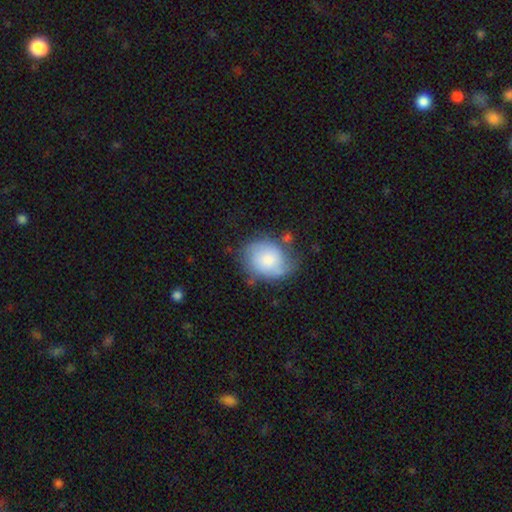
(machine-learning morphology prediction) Smooth or featured? smooth (63%)
How rounded? round (55%)
Merging? none (55%)